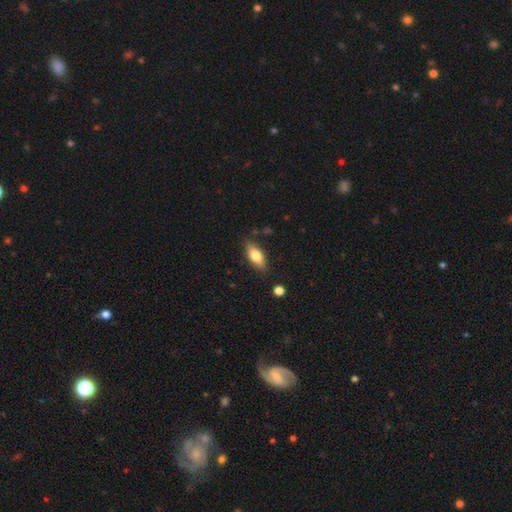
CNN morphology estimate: Smooth or featured? Predicted: smooth (p=0.71). How rounded? Predicted: in between (p=0.78). Merging? Predicted: none (p=0.84).